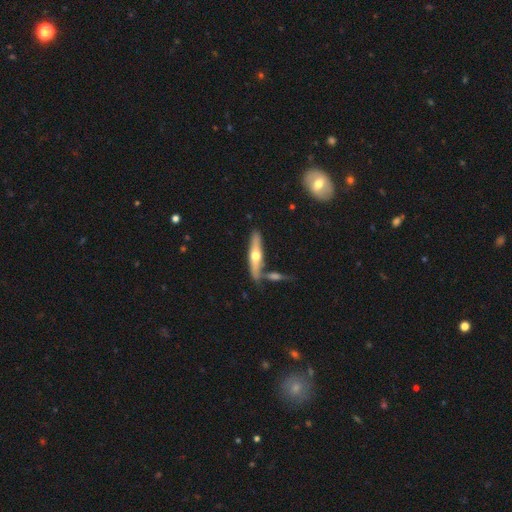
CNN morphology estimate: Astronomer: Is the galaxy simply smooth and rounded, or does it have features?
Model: featured or disk — 58% (runner-up: smooth, 37%).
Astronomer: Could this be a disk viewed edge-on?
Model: yes — 90%.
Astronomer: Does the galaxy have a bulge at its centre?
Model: rounded — 93%.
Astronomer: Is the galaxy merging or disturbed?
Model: none — 70%.